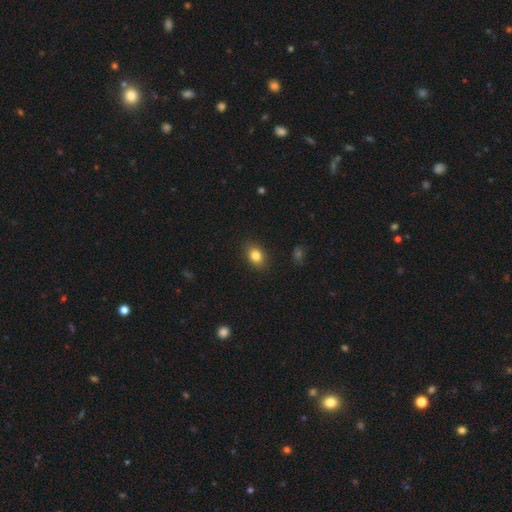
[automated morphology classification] A smooth galaxy with no disk features (83%) that is in between round and cigar-shaped (70%).

Vote fractions:
- Smooth or featured? smooth: 83% / star or artifact: 10% / featured or disk: 8%
- How rounded? in between: 70% / round: 28% / cigar-shaped: 1%
- Merging? none: 86% / minor disturbance: 10% / major disturbance: 2% / merger: 1%